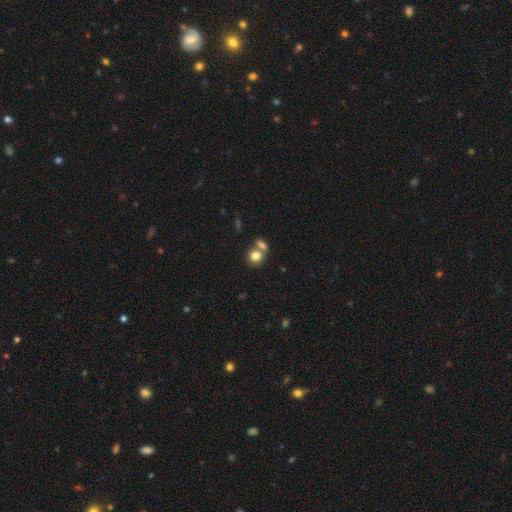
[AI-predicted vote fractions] smooth-or-featured: smooth: 80% | featured or disk: 11% | star or artifact: 10%
  how-rounded: round: 71% | in between: 27% | cigar-shaped: 1%
  merging: merger: 46% | none: 43% | minor disturbance: 8% | major disturbance: 3%